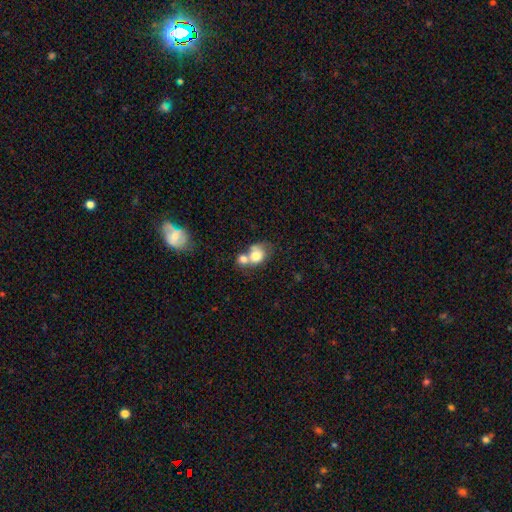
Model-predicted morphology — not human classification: Overall: smooth (73%). How rounded: round (56%; in between 43%). Merging: merger (63%).